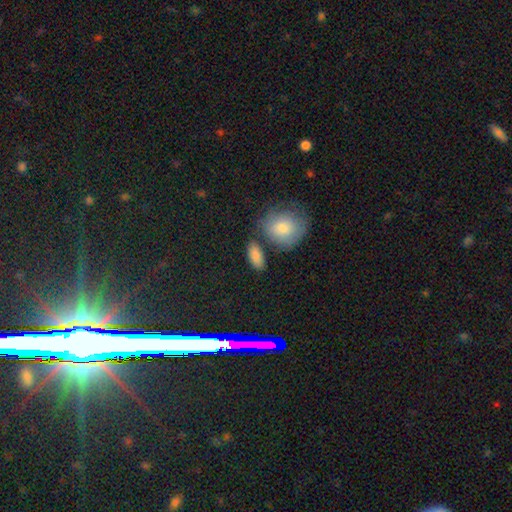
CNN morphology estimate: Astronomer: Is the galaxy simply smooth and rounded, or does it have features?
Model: smooth — 86%.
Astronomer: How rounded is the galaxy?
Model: in between — 88%.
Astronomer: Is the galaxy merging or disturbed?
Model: none — 73%.